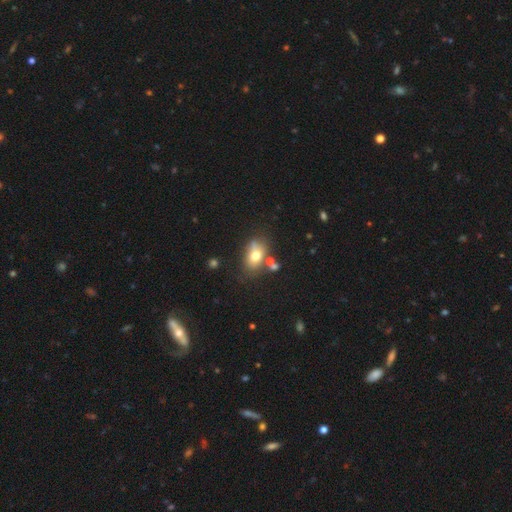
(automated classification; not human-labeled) A smooth galaxy with no disk features (69%) that is in between round and cigar-shaped (79%). Merging: none (58%).